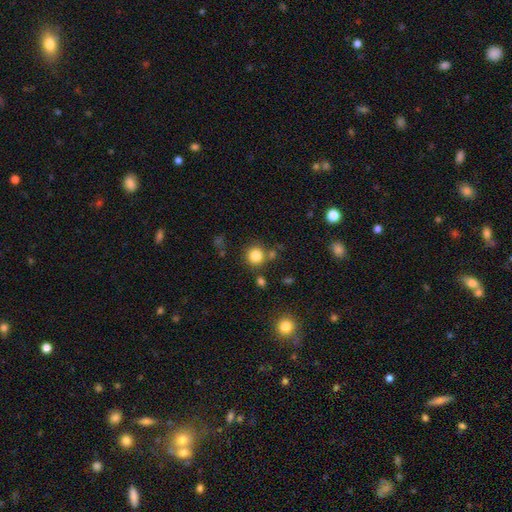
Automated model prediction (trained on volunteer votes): This appears to be a smooth galaxy with no disk features (83%) that is round (92%). Merging: none (78%).